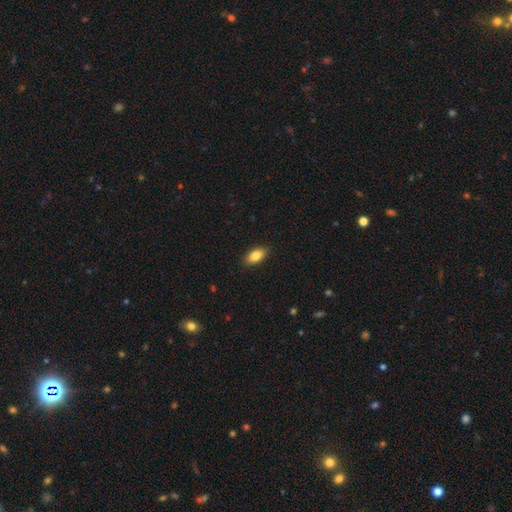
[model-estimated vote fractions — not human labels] This appears to be a smooth galaxy with no disk features (84%) that is in between round and cigar-shaped (89%). Merging: none (88%).